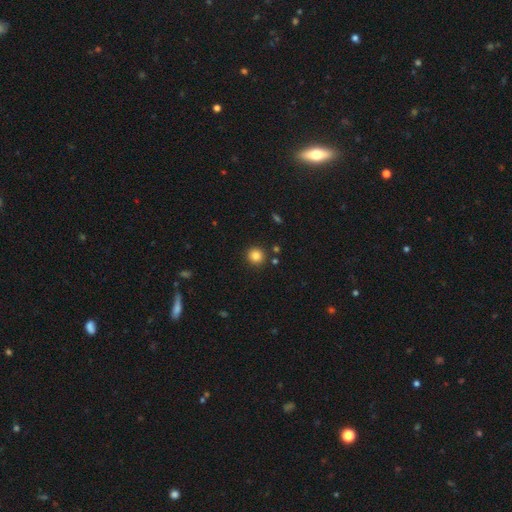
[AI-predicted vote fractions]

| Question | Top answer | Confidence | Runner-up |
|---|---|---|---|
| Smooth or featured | smooth | 84% | star or artifact (11%) |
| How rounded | round | 93% | in between (6%) |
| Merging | none | 89% | minor disturbance (6%) |